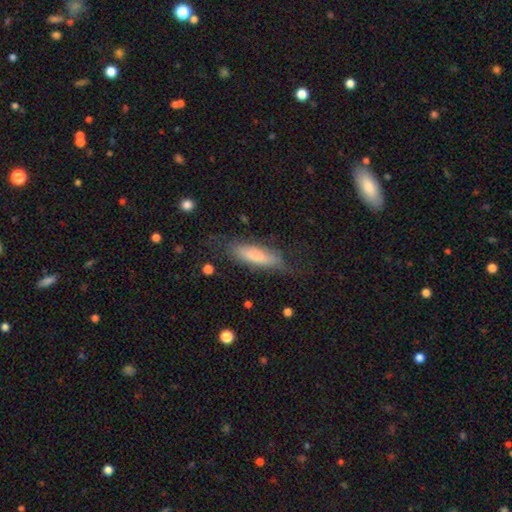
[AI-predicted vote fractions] Overall: smooth (69%). How rounded: cigar-shaped (56%; in between 42%). Merging: none (66%).